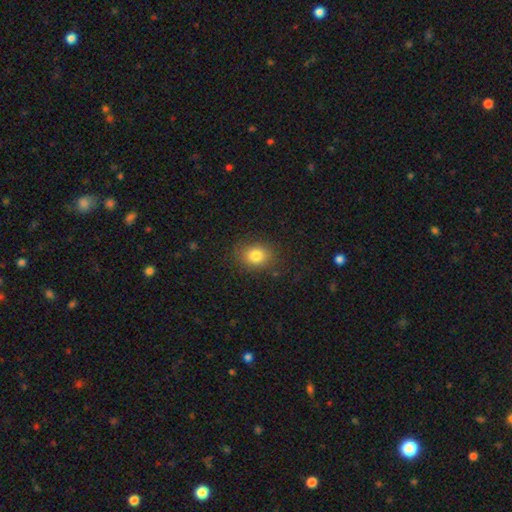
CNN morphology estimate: This appears to be a smooth galaxy with no disk features (81%) that is round (53%). Merging: none (82%).